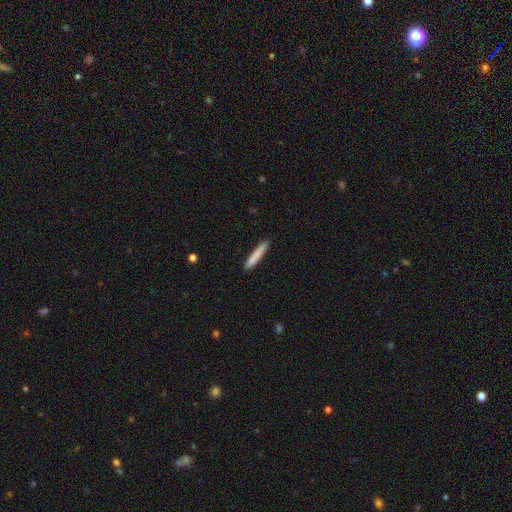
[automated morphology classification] Q: Smooth or featured?
A: smooth (81%); runner-up: featured or disk (14%)
Q: How rounded?
A: cigar-shaped (94%); runner-up: in between (5%)
Q: Merging?
A: none (89%); runner-up: minor disturbance (8%)